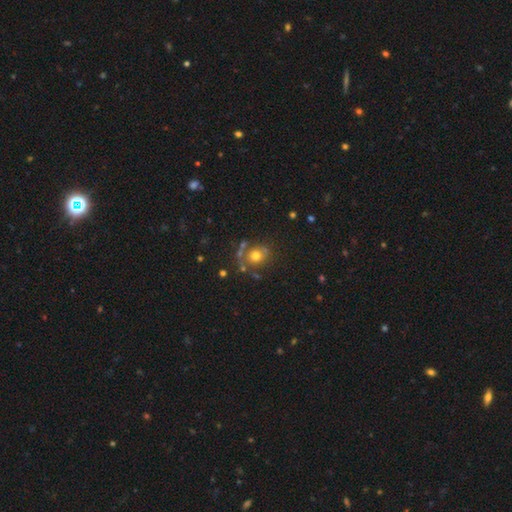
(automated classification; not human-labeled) smooth-or-featured: smooth: 65% | featured or disk: 21% | star or artifact: 14%
  how-rounded: round: 74% | in between: 25% | cigar-shaped: 1%
  merging: none: 58% | minor disturbance: 17% | merger: 14% | major disturbance: 11%